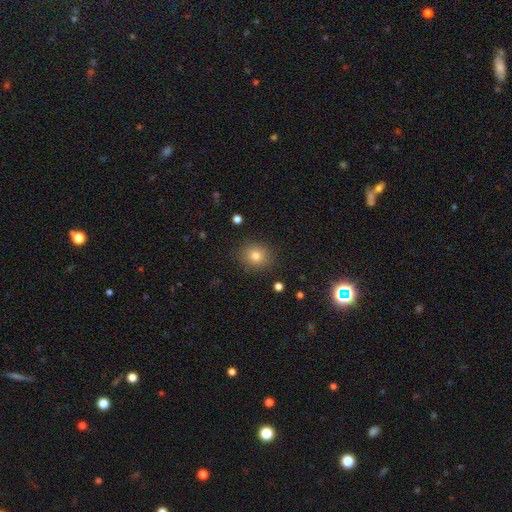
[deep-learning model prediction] This is likely a smooth galaxy (79%). How rounded: likely round (79%). Merging: clearly none (88%).